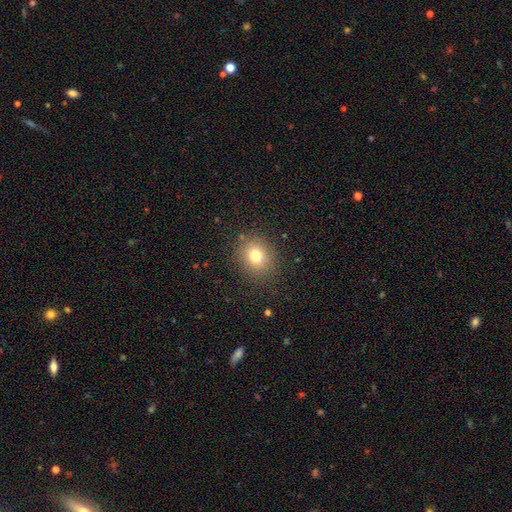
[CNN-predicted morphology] type=smooth (76%); roundness=round (66%); merging=none (85%).